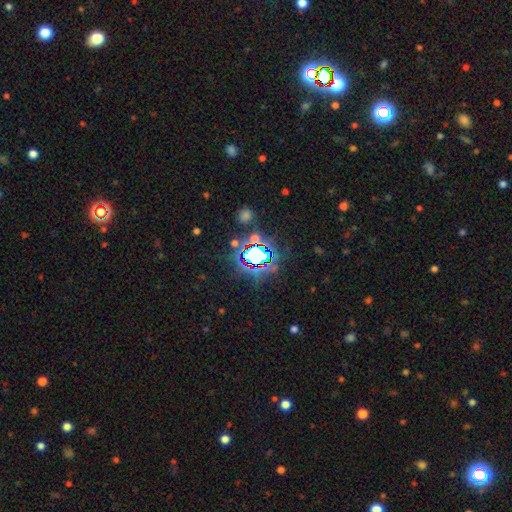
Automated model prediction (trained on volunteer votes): Morphology: type=star or artifact (71%).